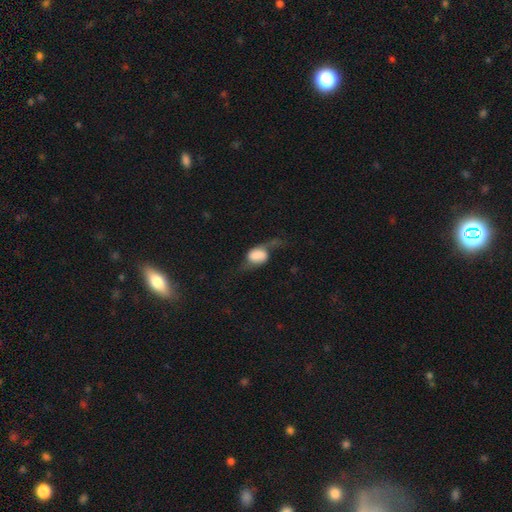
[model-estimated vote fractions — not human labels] smooth 49%, featured or disk 42%, star or artifact 9%. Down the decision tree: merging — major disturbance (39%).